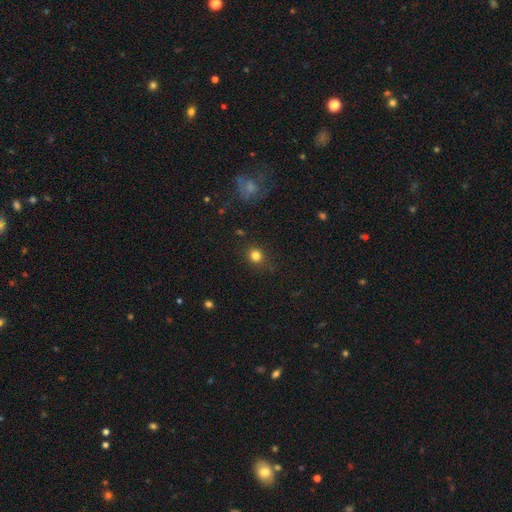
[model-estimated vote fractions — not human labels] A smooth galaxy with no disk features (81%) that is round (85%).

Vote fractions:
- Smooth or featured? smooth: 81% / star or artifact: 14% / featured or disk: 5%
- How rounded? round: 85% / in between: 14% / cigar-shaped: 1%
- Merging? none: 87% / minor disturbance: 9% / major disturbance: 3% / merger: 2%